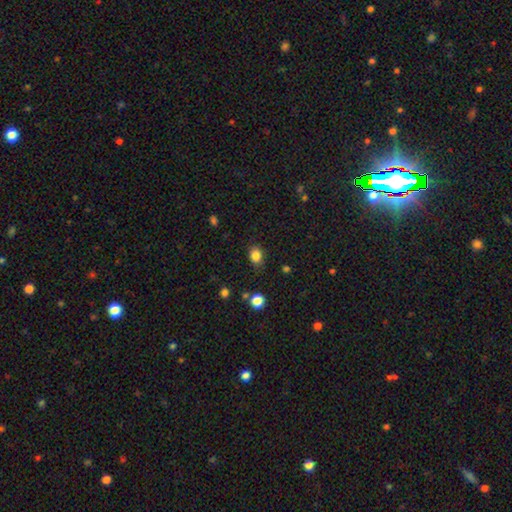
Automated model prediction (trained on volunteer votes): Morphology: type=smooth (84%); roundness=in between (58%); merging=none (80%).